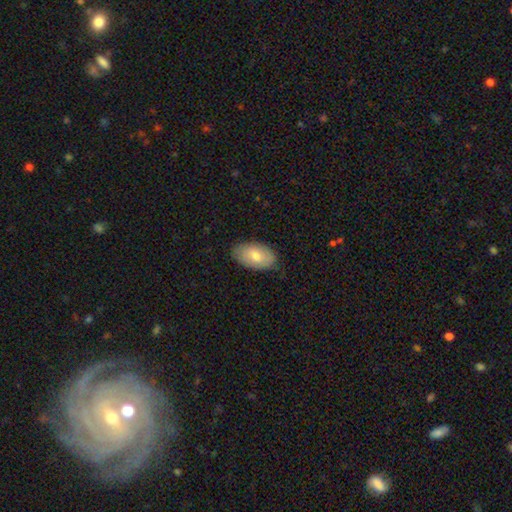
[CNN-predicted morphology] Smooth or featured? Predicted: smooth (p=0.75). How rounded? Predicted: in between (p=0.94). Merging? Predicted: none (p=0.85).